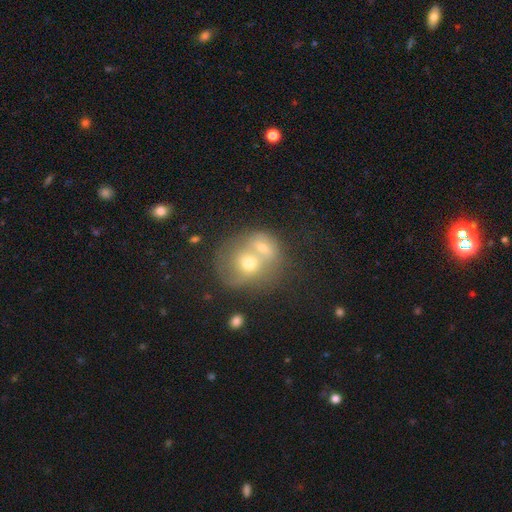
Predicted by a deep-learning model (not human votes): This appears to be a smooth galaxy with no disk features (44%, tied with featured or disk). Merging: merger (71%).